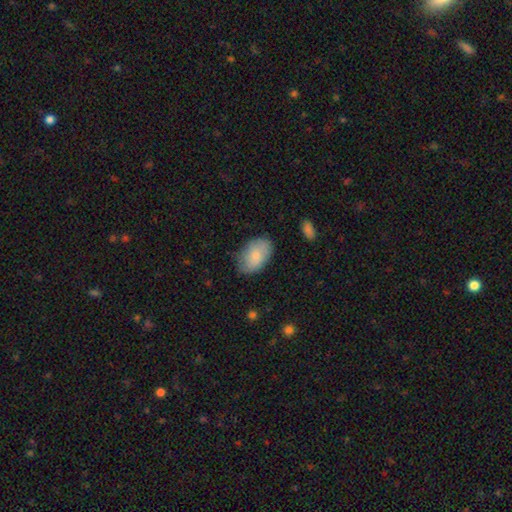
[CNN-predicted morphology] smooth-or-featured: smooth: 81% | featured or disk: 13% | star or artifact: 6%
  how-rounded: in between: 92% | round: 7% | cigar-shaped: 1%
  merging: none: 76% | minor disturbance: 19% | major disturbance: 4% | merger: 1%